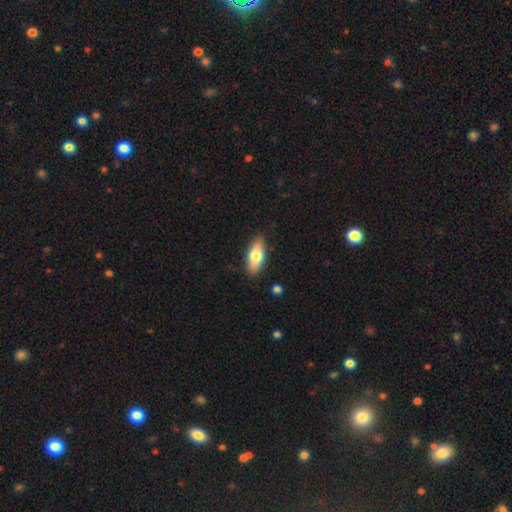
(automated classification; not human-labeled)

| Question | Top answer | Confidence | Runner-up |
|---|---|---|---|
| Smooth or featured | smooth | 71% | featured or disk (23%) |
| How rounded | in between | 78% | cigar-shaped (19%) |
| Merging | none | 86% | minor disturbance (10%) |